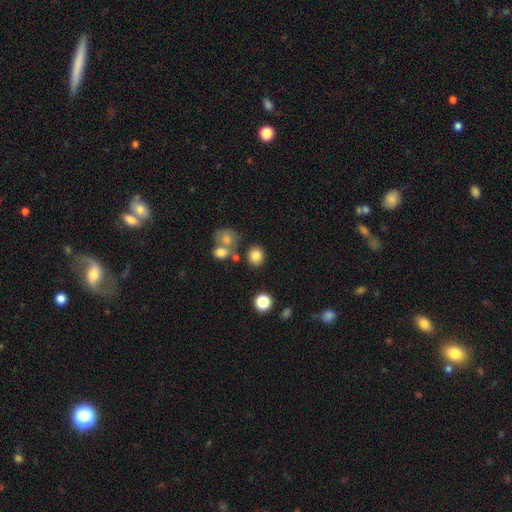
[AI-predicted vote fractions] Smooth or featured?
  - smooth: 81% *
  - star or artifact: 11%
  - featured or disk: 8%
How rounded?
  - round: 80% *
  - in between: 19%
  - cigar-shaped: 1%
Merging?
  - none: 76% *
  - merger: 11%
  - minor disturbance: 10%
  - major disturbance: 4%